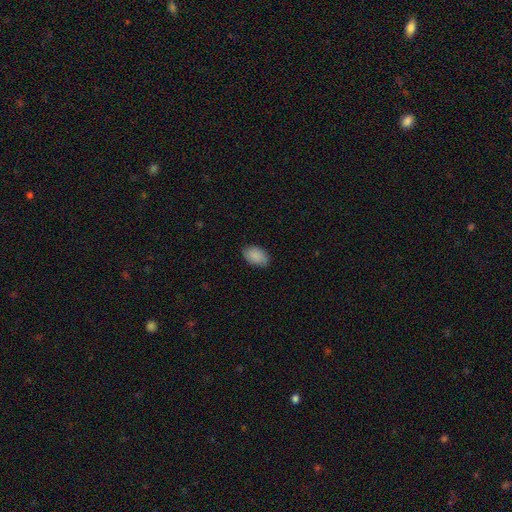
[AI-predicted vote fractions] smooth 89%, star or artifact 6%, featured or disk 5%. Down the decision tree: how rounded — in between (91%); merging — none (83%).